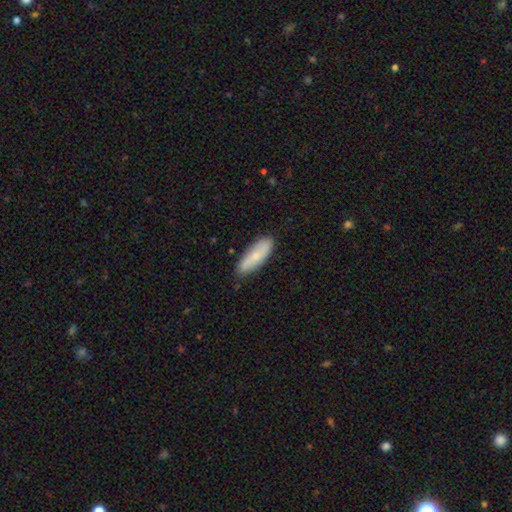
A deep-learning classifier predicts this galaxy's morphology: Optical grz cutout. It shows a smooth galaxy with no disk features (67%) that is in between round and cigar-shaped (54%). Merging: none (83%).